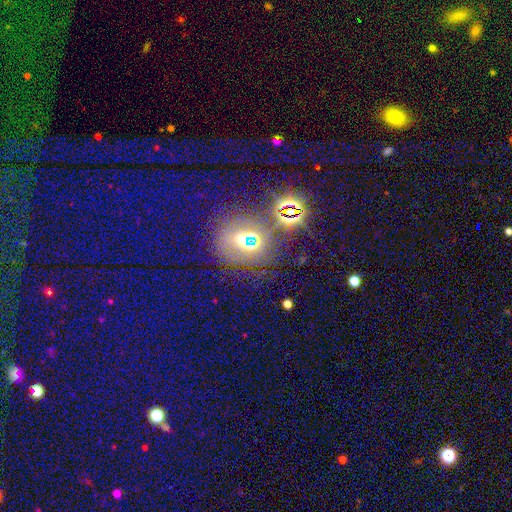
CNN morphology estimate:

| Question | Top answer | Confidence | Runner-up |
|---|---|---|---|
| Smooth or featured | star or artifact | 47% | smooth (31%) |